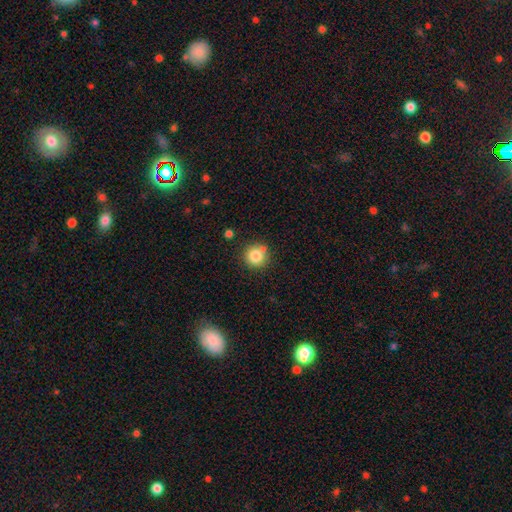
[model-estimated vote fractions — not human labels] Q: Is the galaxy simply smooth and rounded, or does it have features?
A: smooth — 83%.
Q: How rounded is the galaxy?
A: round — 93%.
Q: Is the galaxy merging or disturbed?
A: none — 76%.